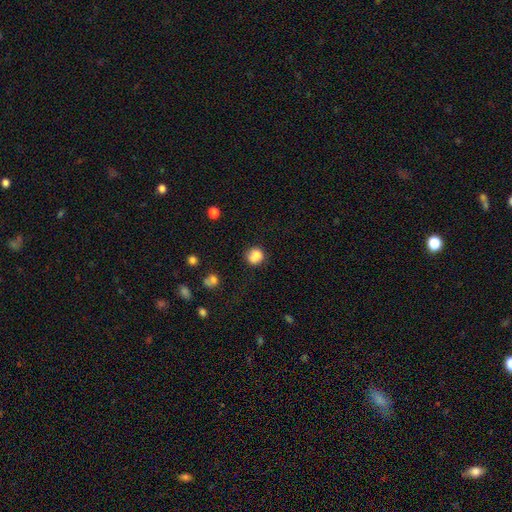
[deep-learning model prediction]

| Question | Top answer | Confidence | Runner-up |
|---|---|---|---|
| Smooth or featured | smooth | 81% | star or artifact (10%) |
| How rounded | round | 83% | in between (16%) |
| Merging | none | 61% | minor disturbance (17%) |